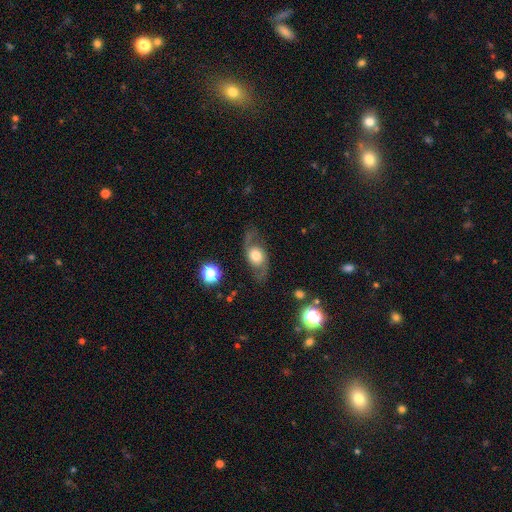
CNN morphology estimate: type=featured or disk (62%); edge-on=no (89%); bar=no (77%); spiral arms=yes (79%); bulge=moderate (44%); merging=none (70%).